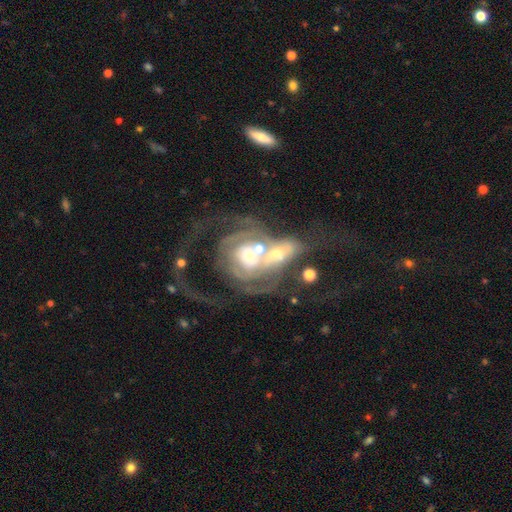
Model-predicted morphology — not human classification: featured or disk 82%, smooth 11%, star or artifact 7%. Down the decision tree: edge-on disk — no (96%); bar — no (70%); spiral arms — yes (82%); spiral arm count — 2 (39%); spiral winding — tight (42%); bulge size — moderate (52%); merging — merger (65%).